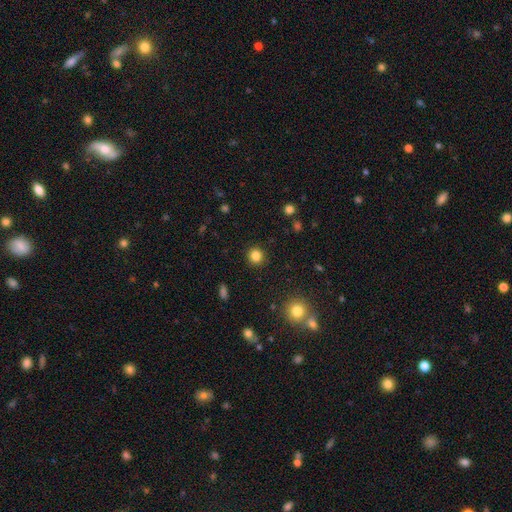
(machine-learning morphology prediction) This appears to be a smooth galaxy with no disk features (83%) that is round (92%). Merging: none (91%).